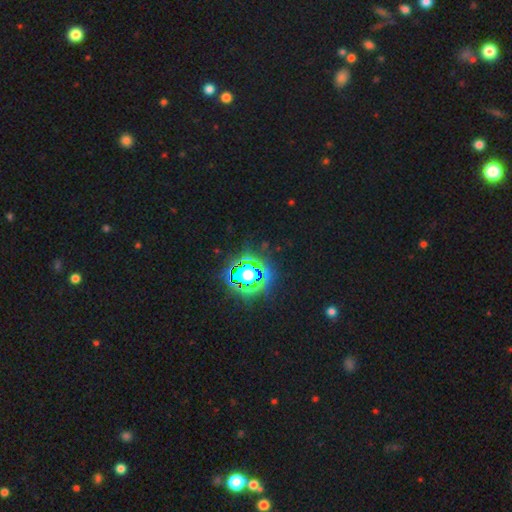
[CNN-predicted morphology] smooth-or-featured: star or artifact: 83% | smooth: 11% | featured or disk: 6%